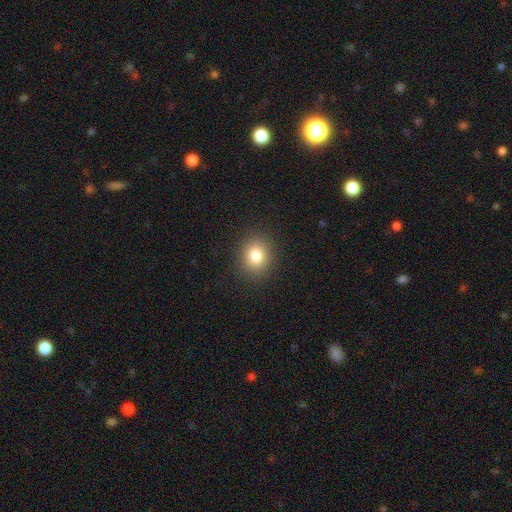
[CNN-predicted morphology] Smooth or featured: smooth — 81% (star or artifact — 12%)
How rounded: round — 75% (in between — 24%)
Merging: none — 89% (minor disturbance — 7%)